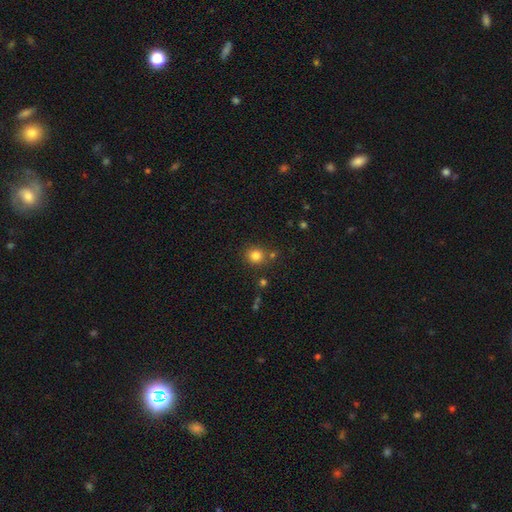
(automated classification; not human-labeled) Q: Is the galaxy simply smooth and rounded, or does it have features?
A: smooth — 81%.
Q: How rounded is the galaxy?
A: round — 88%.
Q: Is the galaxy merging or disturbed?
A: none — 78%.